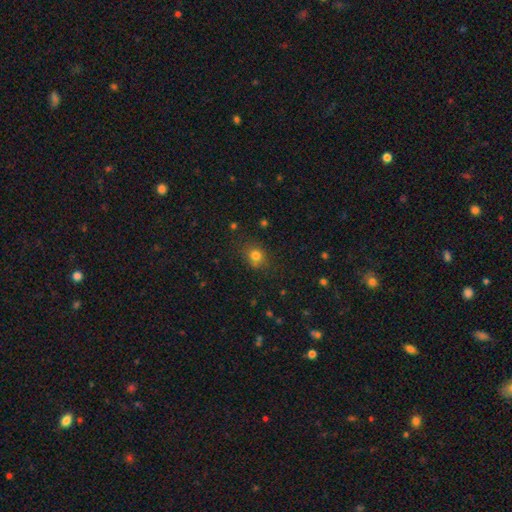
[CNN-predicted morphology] type=smooth (78%); roundness=round (75%); merging=none (75%).